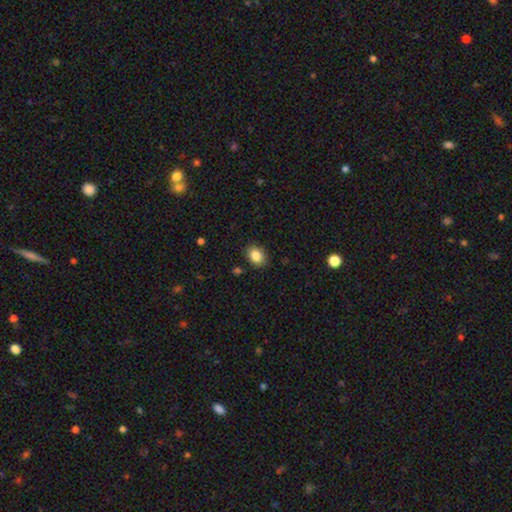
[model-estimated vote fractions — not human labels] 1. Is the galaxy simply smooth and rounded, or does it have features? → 86% smooth, 9% star or artifact, 5% featured or disk.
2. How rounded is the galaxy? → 56% in between, 43% round, 1% cigar-shaped.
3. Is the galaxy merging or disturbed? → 85% none, 11% minor disturbance, 3% major disturbance, 2% merger.